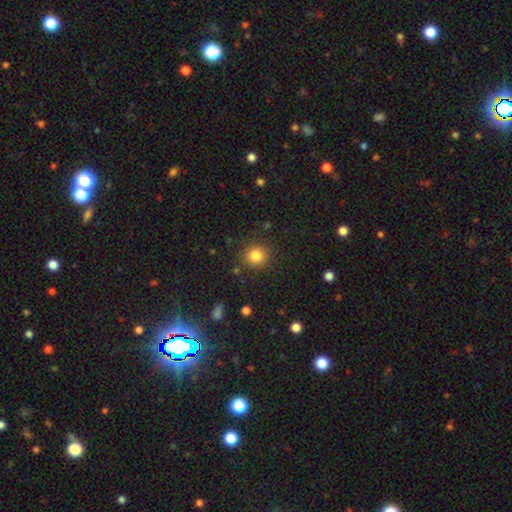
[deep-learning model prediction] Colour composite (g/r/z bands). It shows a smooth galaxy with no disk features (83%) that is round (90%). Merging: none (88%).